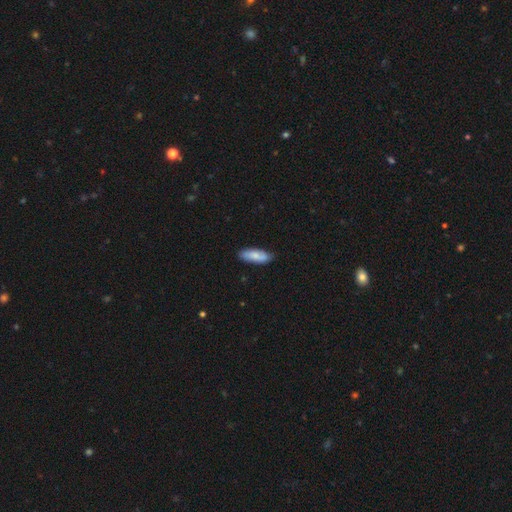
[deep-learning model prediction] The model was most divided on "how rounded": in between: 66%, cigar-shaped: 32%, round: 2%. More confident: merging — none (82%); smooth or featured — smooth (74%).